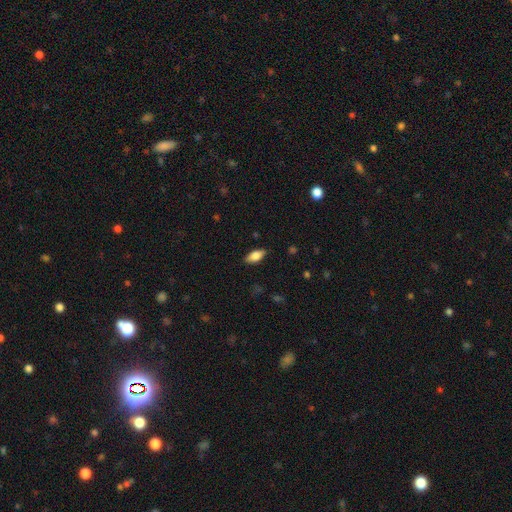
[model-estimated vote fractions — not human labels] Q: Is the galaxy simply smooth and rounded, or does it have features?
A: smooth — 79%.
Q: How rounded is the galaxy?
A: in between — 87%.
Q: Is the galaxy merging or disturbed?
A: none — 85%.